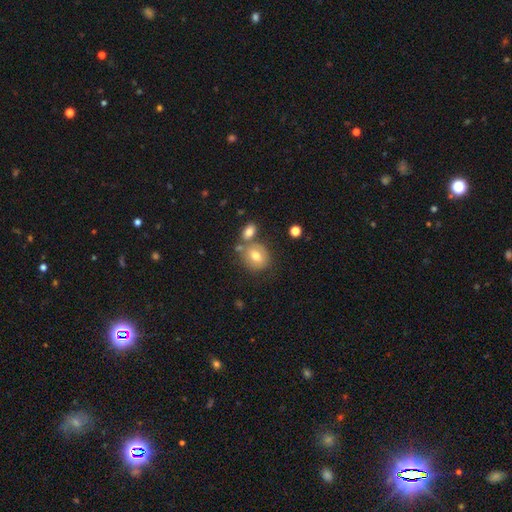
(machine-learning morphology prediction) Smooth or featured: smooth — 70% (featured or disk — 20%)
How rounded: round — 59% (in between — 39%)
Merging: none — 57% (merger — 25%)